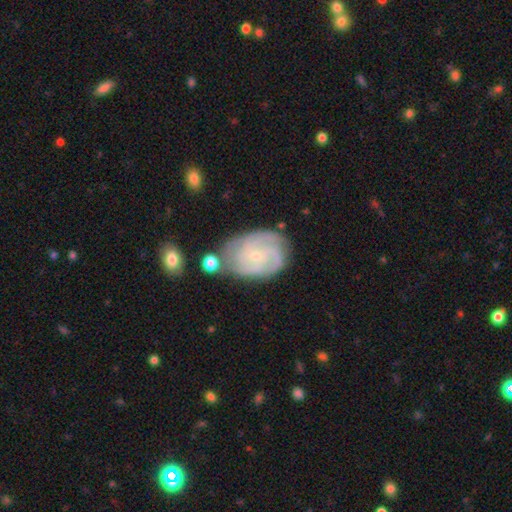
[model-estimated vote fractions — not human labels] Overall: featured or disk (81%). Edge-on disk: no (97%). Bar: no (68%). Spiral arms: yes (96%). Spiral arm count: 3 (29%; can't tell 27%). Spiral winding: tight (68%). Bulge size: small (78%). Merging: none (68%).